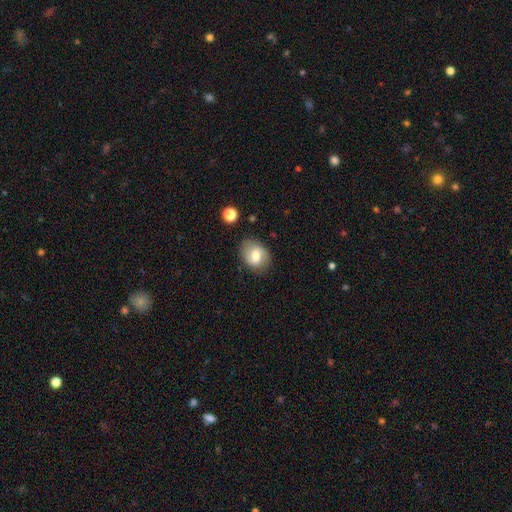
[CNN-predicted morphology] smooth_or_featured: smooth (p=0.56) [alt: featured or disk p=0.36]
how_rounded: in between (p=0.65) [alt: round p=0.34]
merging: none (p=0.79) [alt: minor disturbance p=0.15]